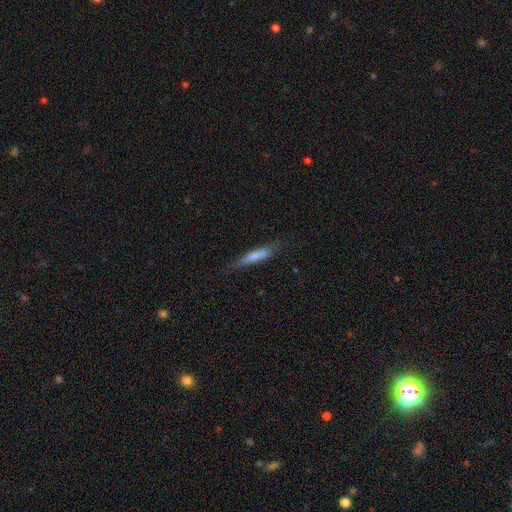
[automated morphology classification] smooth-or-featured: smooth: 68% | featured or disk: 25% | star or artifact: 6%
  how-rounded: cigar-shaped: 84% | in between: 15% | round: 2%
  merging: none: 70% | minor disturbance: 21% | major disturbance: 6% | merger: 3%